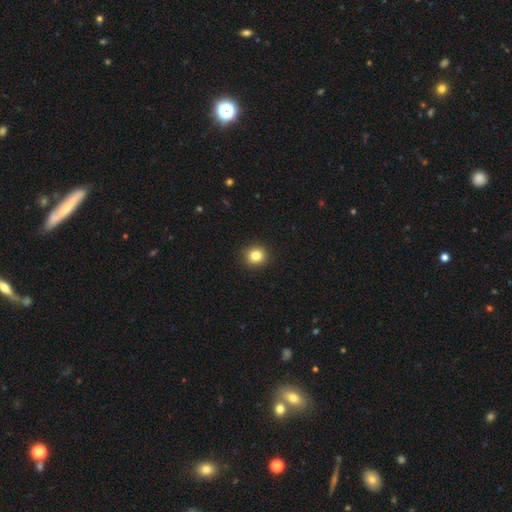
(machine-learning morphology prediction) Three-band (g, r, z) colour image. It shows a smooth galaxy with no disk features (82%) that is round (89%). Merging: none (92%).